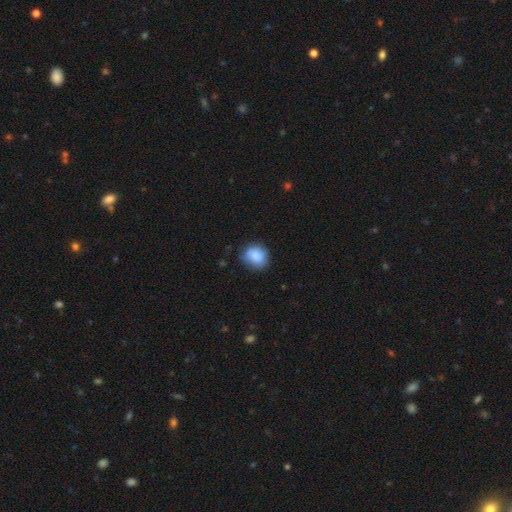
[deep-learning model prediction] smooth_or_featured: smooth (p=0.86) [alt: star or artifact p=0.08]
how_rounded: round (p=0.67) [alt: in between p=0.32]
merging: none (p=0.70) [alt: minor disturbance p=0.23]